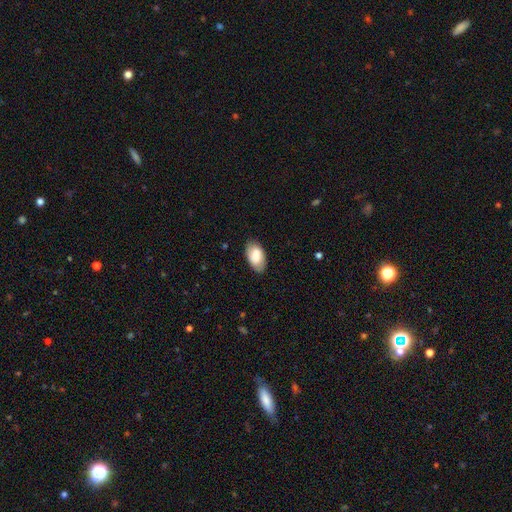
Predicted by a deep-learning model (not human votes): Morphology: type=smooth (79%); roundness=in between (95%); merging=none (83%).